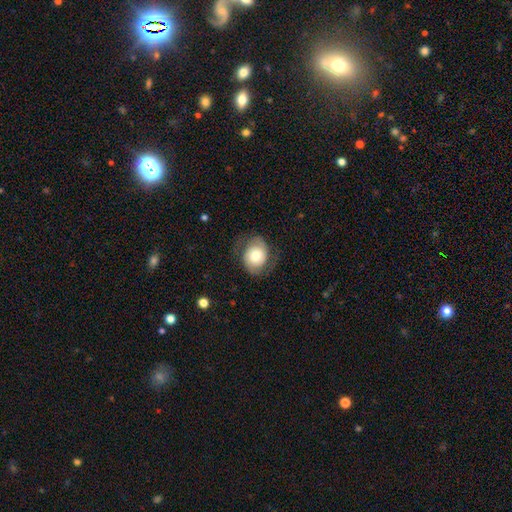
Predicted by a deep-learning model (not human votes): This appears to be a smooth galaxy with no disk features (46%, tied with featured or disk). Merging: none (66%).